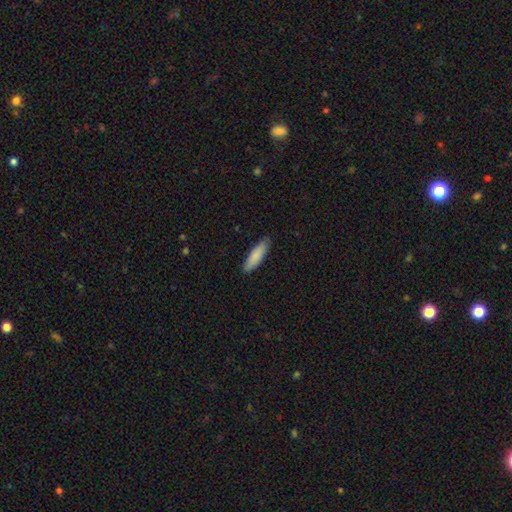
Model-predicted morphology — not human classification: This appears to be a smooth galaxy with no disk features (86%) that is cigar-shaped (62%). Merging: none (87%).